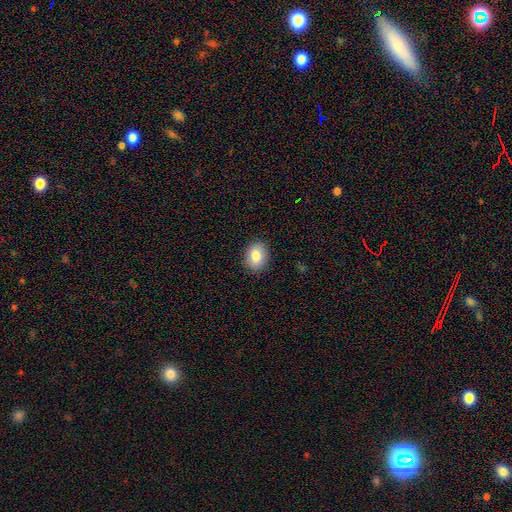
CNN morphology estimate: The model was most divided on "how rounded": in between: 60%, round: 39%, cigar-shaped: 1%. More confident: merging — none (88%); smooth or featured — smooth (83%).